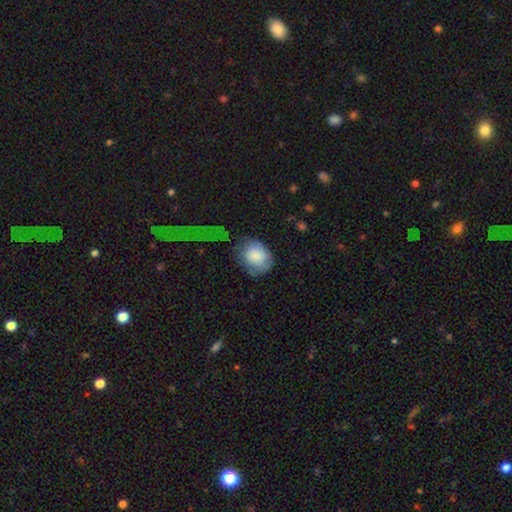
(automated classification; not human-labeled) Q: Smooth or featured?
A: smooth (77%); runner-up: featured or disk (16%)
Q: How rounded?
A: round (56%); runner-up: in between (43%)
Q: Merging?
A: none (43%); runner-up: minor disturbance (32%)